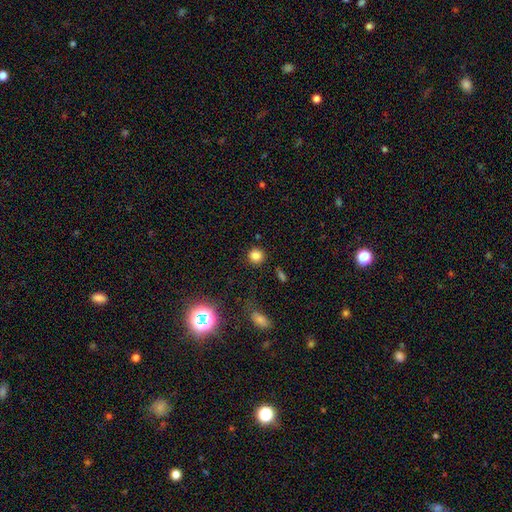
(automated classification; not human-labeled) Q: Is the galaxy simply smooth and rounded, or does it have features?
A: smooth — 82%.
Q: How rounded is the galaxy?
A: round — 88%.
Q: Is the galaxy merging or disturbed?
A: none — 87%.